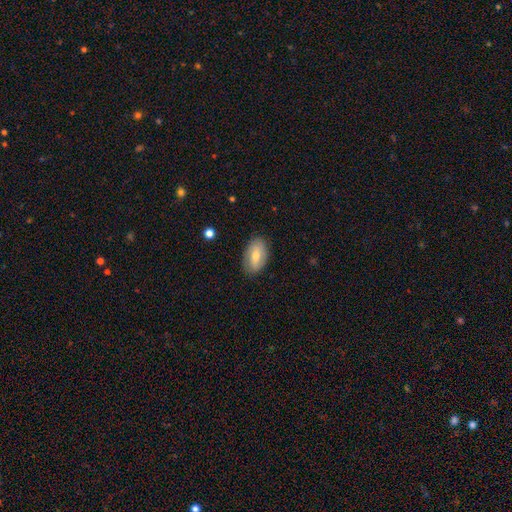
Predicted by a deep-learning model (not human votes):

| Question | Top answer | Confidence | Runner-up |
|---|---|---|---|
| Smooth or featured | smooth | 58% | featured or disk (36%) |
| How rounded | in between | 91% | round (7%) |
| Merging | none | 81% | minor disturbance (14%) |